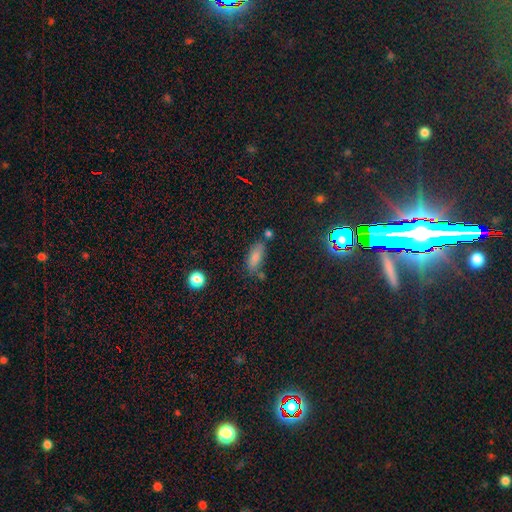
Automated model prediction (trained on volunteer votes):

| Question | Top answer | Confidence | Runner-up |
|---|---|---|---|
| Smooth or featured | smooth | 71% | star or artifact (17%) |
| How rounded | in between | 74% | cigar-shaped (21%) |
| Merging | none | 68% | minor disturbance (17%) |